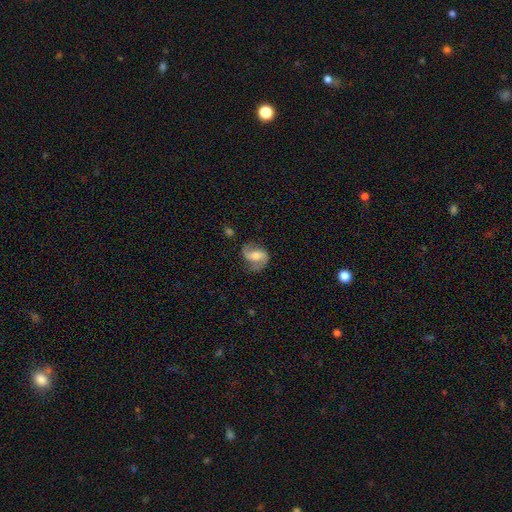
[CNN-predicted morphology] type=featured or disk (69%); edge-on=no (97%); bar=weak (42%); spiral arms=yes (91%); winding=loose (48%); arm count=2 (86%); bulge=moderate (56%); merging=none (63%).